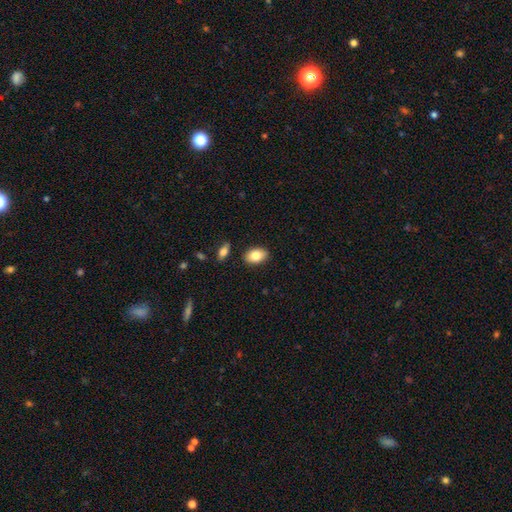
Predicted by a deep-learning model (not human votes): Q: Smooth or featured?
A: smooth (82%); runner-up: featured or disk (11%)
Q: How rounded?
A: in between (88%); runner-up: round (11%)
Q: Merging?
A: none (87%); runner-up: minor disturbance (9%)